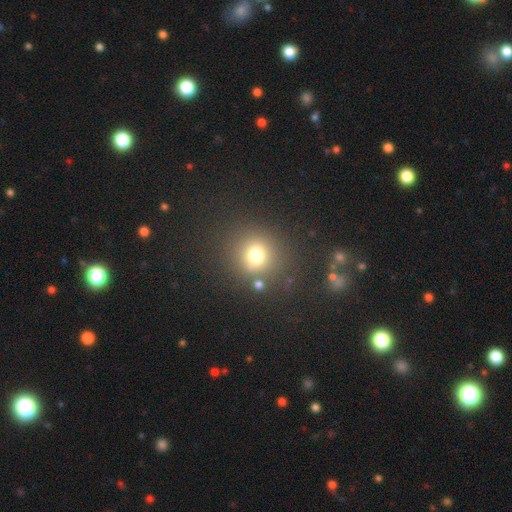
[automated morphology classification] A smooth galaxy with no disk features (73%) that is round (88%). Merging: none (81%).